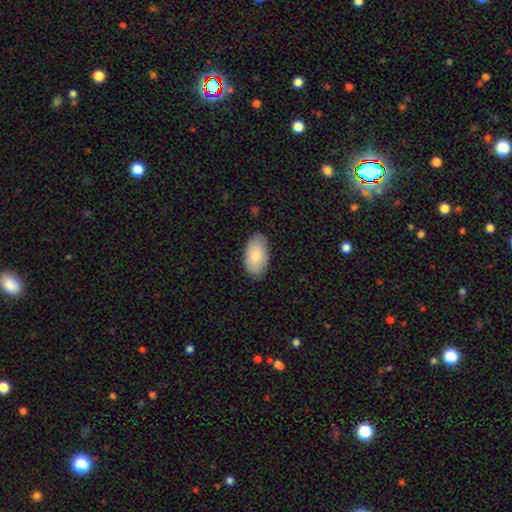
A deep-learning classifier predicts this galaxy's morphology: This appears to be a smooth galaxy with no disk features (79%) that is in between round and cigar-shaped (95%). Merging: none (82%).